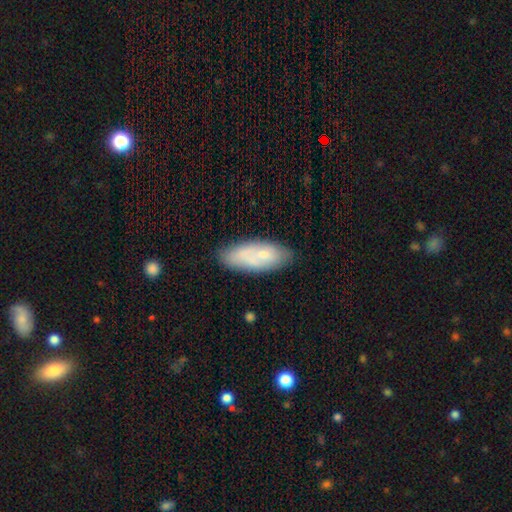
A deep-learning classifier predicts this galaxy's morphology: This is likely a smooth galaxy (62%). How rounded: likely in between (75%). Merging: likely none (67%).